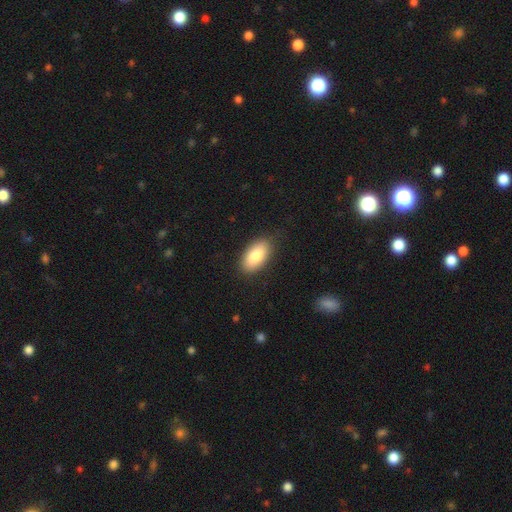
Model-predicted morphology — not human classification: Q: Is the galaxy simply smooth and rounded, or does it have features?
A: smooth — 83%.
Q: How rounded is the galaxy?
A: in between — 93%.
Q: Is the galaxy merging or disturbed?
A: none — 84%.